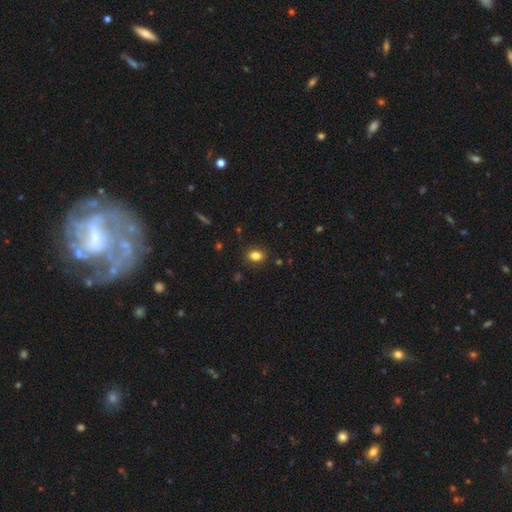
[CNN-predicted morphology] Smooth or featured?
  - smooth: 83% *
  - star or artifact: 11%
  - featured or disk: 6%
How rounded?
  - in between: 61% *
  - round: 38%
  - cigar-shaped: 1%
Merging?
  - none: 87% *
  - minor disturbance: 9%
  - major disturbance: 2%
  - merger: 1%